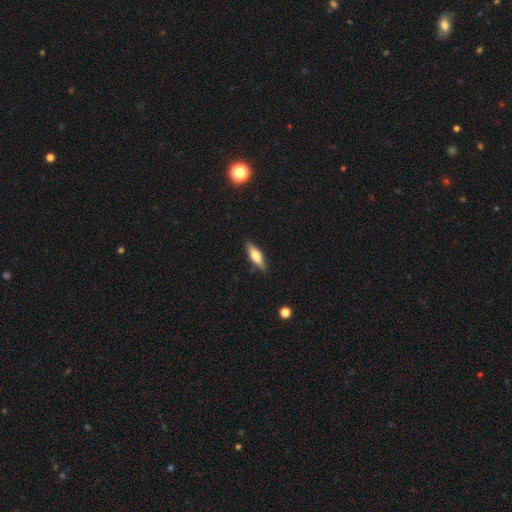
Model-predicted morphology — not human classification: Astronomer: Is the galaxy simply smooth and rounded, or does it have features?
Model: smooth — 59% (runner-up: featured or disk, 34%).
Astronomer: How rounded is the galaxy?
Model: in between — 49% (runner-up: cigar-shaped, 48%).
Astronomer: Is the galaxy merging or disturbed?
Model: none — 86%.